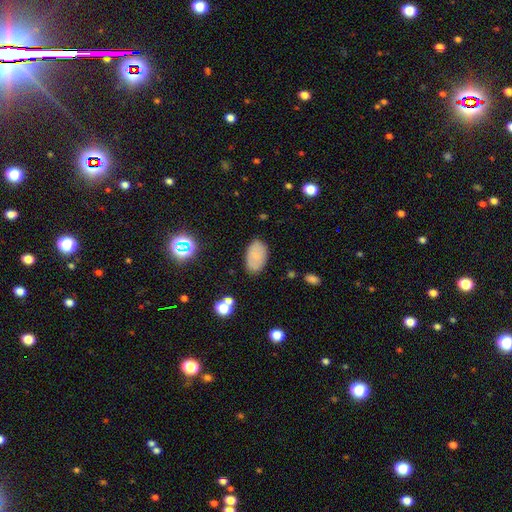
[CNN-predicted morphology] A smooth galaxy with no disk features (72%) that is in between round and cigar-shaped (93%).

Vote fractions:
- Smooth or featured? smooth: 72% / featured or disk: 18% / star or artifact: 10%
- How rounded? in between: 93% / round: 6% / cigar-shaped: 1%
- Merging? none: 82% / minor disturbance: 13% / major disturbance: 3% / merger: 2%